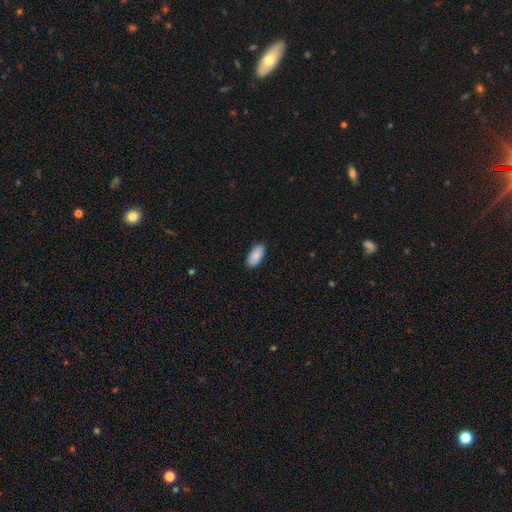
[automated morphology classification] type=smooth (89%); roundness=in between (92%); merging=none (89%).